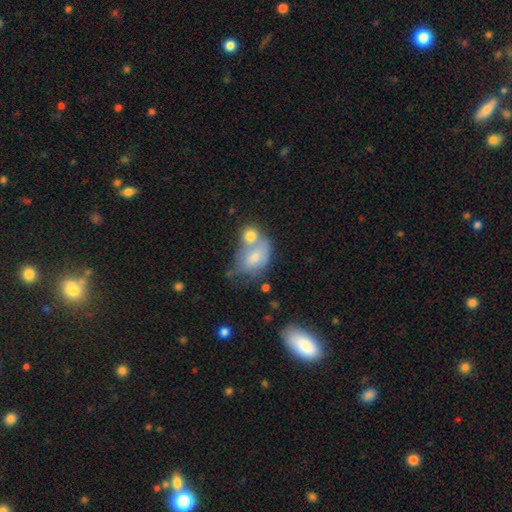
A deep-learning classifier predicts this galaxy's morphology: A smooth galaxy with no disk features (65%) that is in between round and cigar-shaped (72%).

Vote fractions:
- Smooth or featured? smooth: 65% / featured or disk: 27% / star or artifact: 9%
- How rounded? in between: 72% / round: 26% / cigar-shaped: 2%
- Merging? merger: 51% / none: 23% / minor disturbance: 16% / major disturbance: 11%